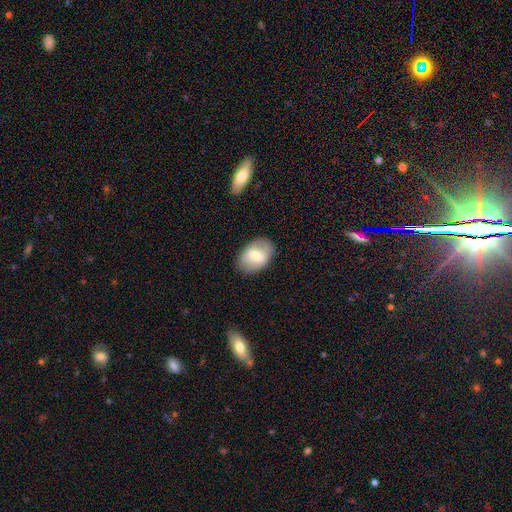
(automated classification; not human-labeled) The model was most divided on "smooth or featured": smooth: 62%, featured or disk: 31%, star or artifact: 7%. More confident: merging — none (83%); how rounded — in between (83%).